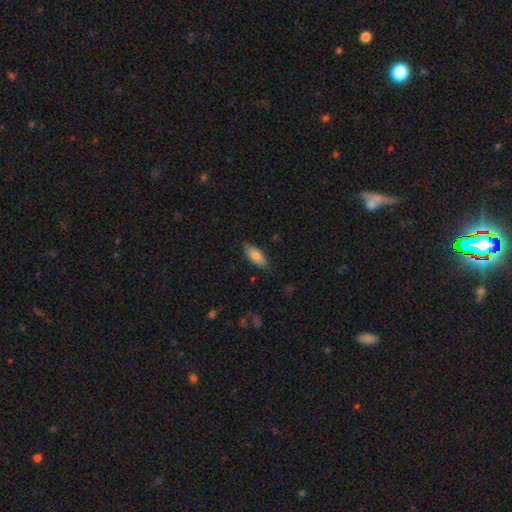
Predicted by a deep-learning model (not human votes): Overall: smooth (83%). How rounded: in between (79%). Merging: none (82%).